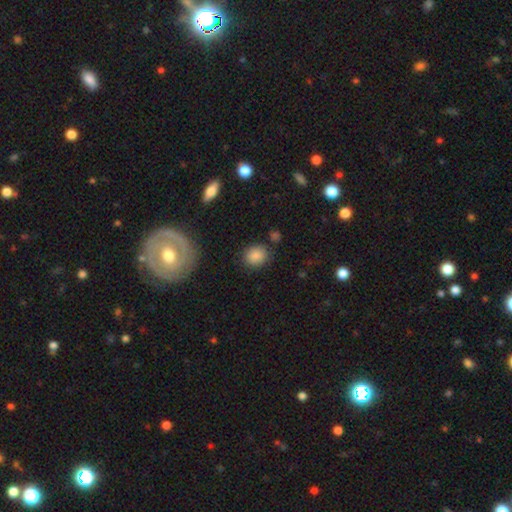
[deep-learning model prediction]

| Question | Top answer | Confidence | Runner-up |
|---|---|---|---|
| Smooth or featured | smooth | 85% | star or artifact (10%) |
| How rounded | round | 68% | in between (31%) |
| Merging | none | 82% | minor disturbance (11%) |